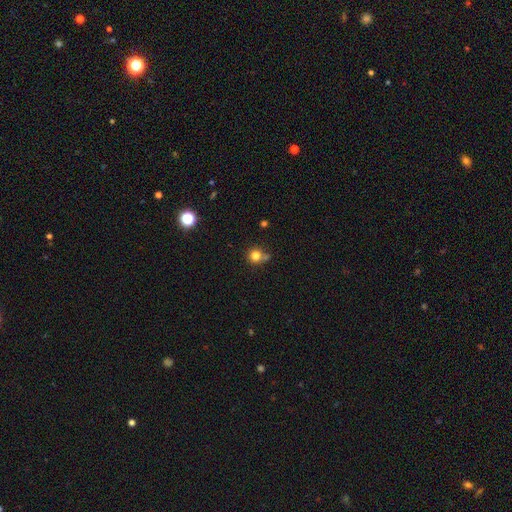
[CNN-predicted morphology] Smooth or featured? smooth (80%)
How rounded? round (90%)
Merging? none (62%)